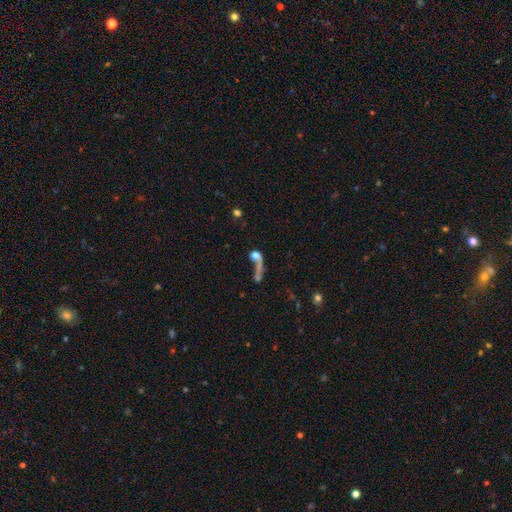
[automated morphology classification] Smooth or featured? Predicted: smooth (p=0.48). Merging? Predicted: merger (p=0.37).